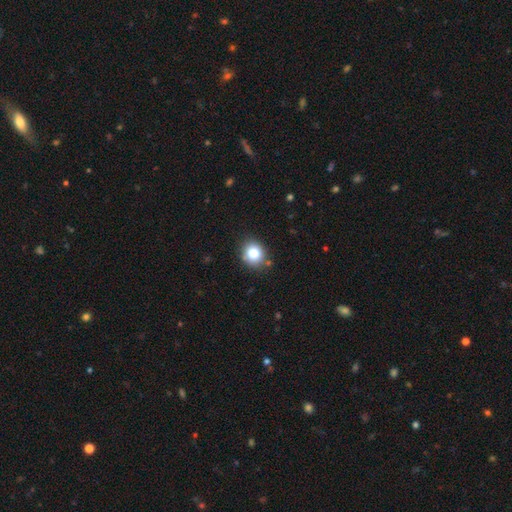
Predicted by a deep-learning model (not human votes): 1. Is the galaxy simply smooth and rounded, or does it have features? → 79% smooth, 12% star or artifact, 9% featured or disk.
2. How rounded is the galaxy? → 79% round, 20% in between, 1% cigar-shaped.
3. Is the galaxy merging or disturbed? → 85% none, 10% minor disturbance, 3% major disturbance, 3% merger.